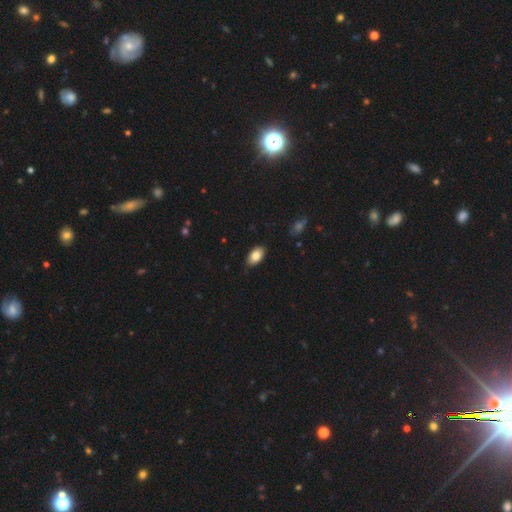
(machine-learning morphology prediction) Q: Smooth or featured?
A: smooth (84%); runner-up: featured or disk (8%)
Q: How rounded?
A: in between (93%); runner-up: round (5%)
Q: Merging?
A: none (82%); runner-up: minor disturbance (15%)